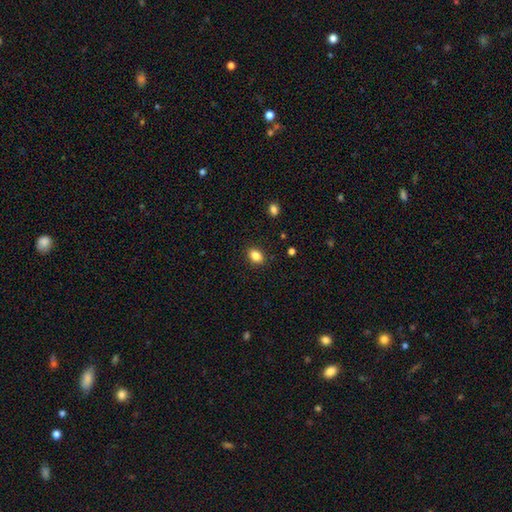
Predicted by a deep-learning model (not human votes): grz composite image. It shows a smooth galaxy with no disk features (85%) that is in between round and cigar-shaped (75%). Merging: none (89%).